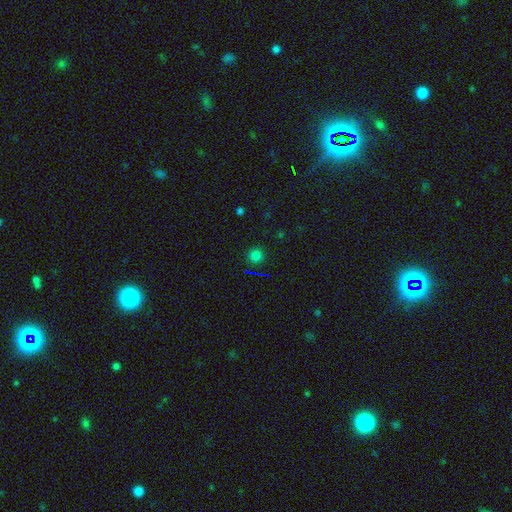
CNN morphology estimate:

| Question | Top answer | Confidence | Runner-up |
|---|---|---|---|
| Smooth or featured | smooth | 75% | star or artifact (20%) |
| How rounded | round | 95% | in between (4%) |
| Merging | none | 90% | minor disturbance (6%) |